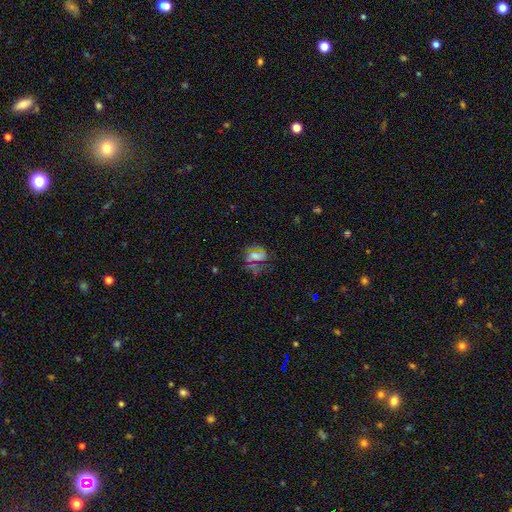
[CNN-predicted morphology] Smooth or featured?
  - smooth: 41% *
  - featured or disk: 31%
  - star or artifact: 28%
Merging?
  - none: 59% *
  - minor disturbance: 20%
  - major disturbance: 17%
  - merger: 5%